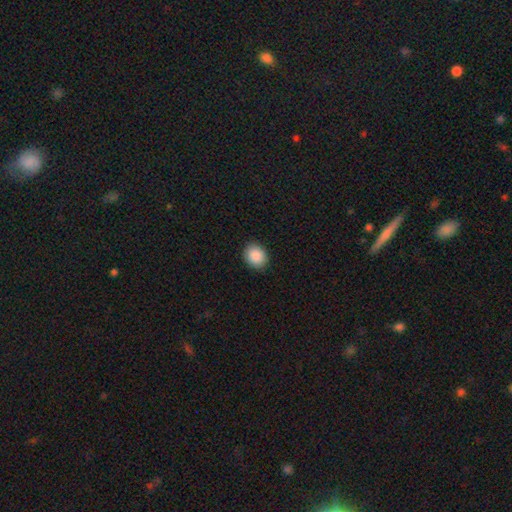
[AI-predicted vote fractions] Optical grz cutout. It shows a smooth galaxy with no disk features (90%) that is round (64%). Merging: none (90%).